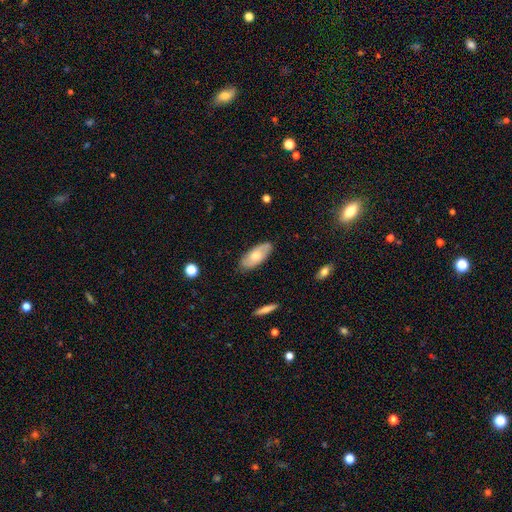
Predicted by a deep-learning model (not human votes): smooth-or-featured: smooth: 57% | featured or disk: 37% | star or artifact: 6%
  how-rounded: in between: 88% | cigar-shaped: 9% | round: 2%
  merging: none: 83% | minor disturbance: 13% | major disturbance: 2% | merger: 1%